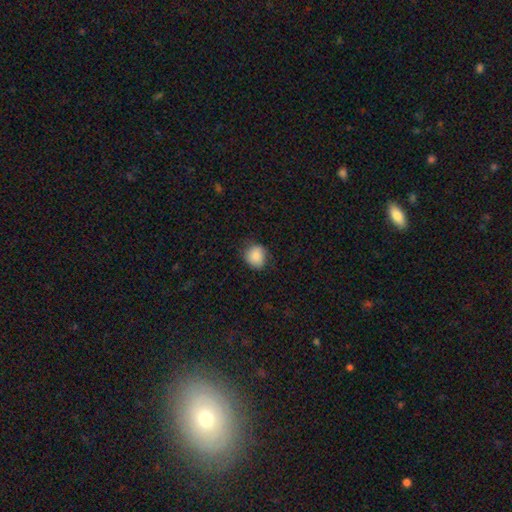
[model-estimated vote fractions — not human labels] This is clearly a smooth galaxy (85%). How rounded: likely round (74%). Merging: likely none (74%).